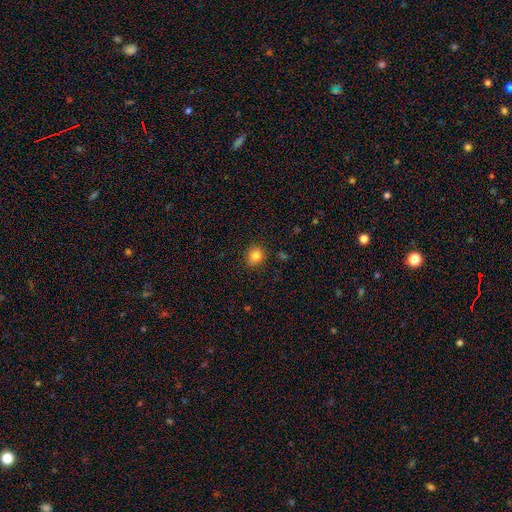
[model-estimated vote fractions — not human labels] Smooth or featured: smooth — 83% (star or artifact — 11%)
How rounded: round — 78% (in between — 21%)
Merging: none — 86% (minor disturbance — 10%)